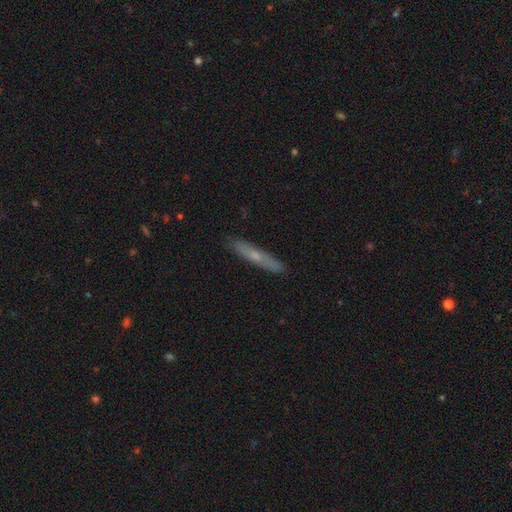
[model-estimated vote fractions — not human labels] This is possibly a smooth galaxy (50%). How rounded: clearly cigar-shaped (92%). Merging: clearly none (88%).